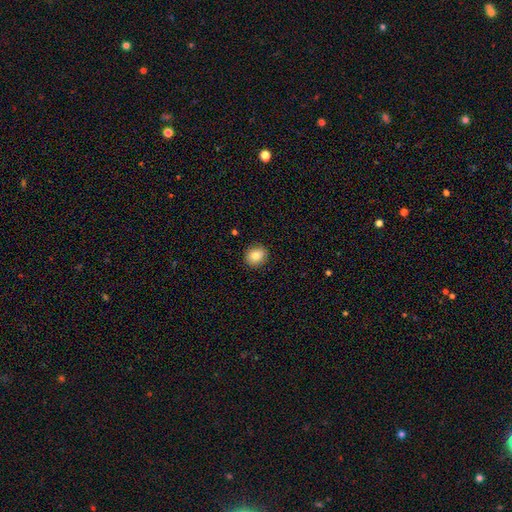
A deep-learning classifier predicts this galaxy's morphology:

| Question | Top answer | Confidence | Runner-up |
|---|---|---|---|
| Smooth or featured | smooth | 82% | star or artifact (9%) |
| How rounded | round | 78% | in between (22%) |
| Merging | none | 90% | minor disturbance (7%) |